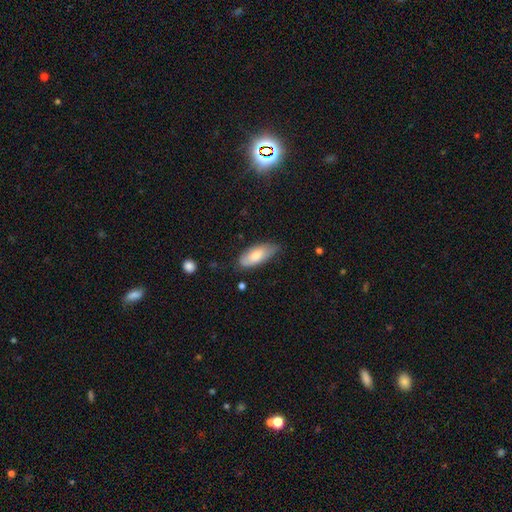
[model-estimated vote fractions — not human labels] Overall: smooth (77%). How rounded: in between (83%). Merging: none (65%; minor disturbance 28%).